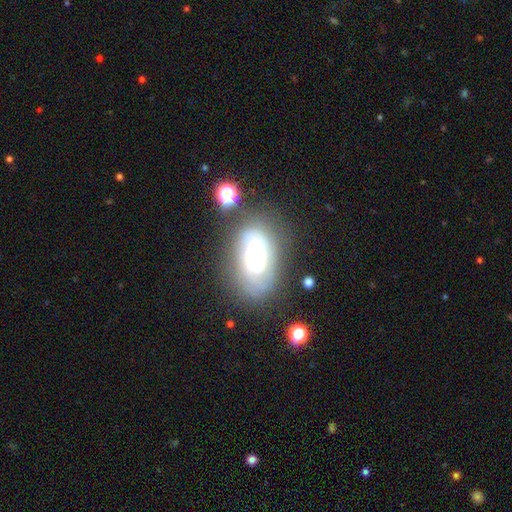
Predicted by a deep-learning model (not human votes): Smooth or featured?
  - featured or disk: 55% *
  - smooth: 34%
  - star or artifact: 11%
Edge-on disk?
  - no: 94% *
  - yes: 6%
Bar?
  - no: 79% *
  - weak: 16%
  - strong: 5%
Spiral arms?
  - yes: 64% *
  - no: 36%
Bulge size?
  - small: 42% *
  - moderate: 24%
  - large: 19%
  - dominant: 7%
  - none: 7%
Merging?
  - none: 60% *
  - minor disturbance: 22%
  - major disturbance: 13%
  - merger: 6%